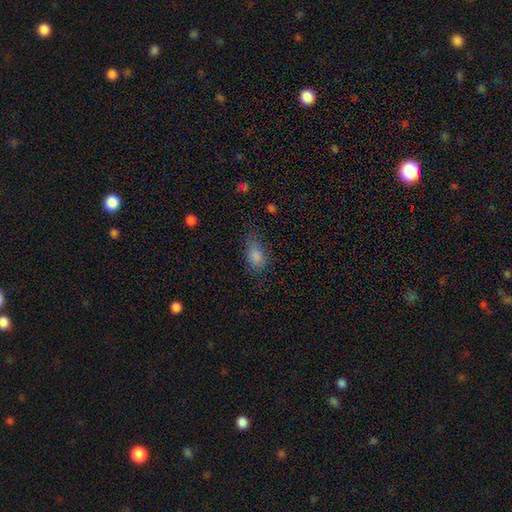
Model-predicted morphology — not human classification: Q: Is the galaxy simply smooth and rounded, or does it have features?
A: smooth — 83%.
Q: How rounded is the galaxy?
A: in between — 87%.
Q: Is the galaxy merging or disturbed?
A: none — 59%.